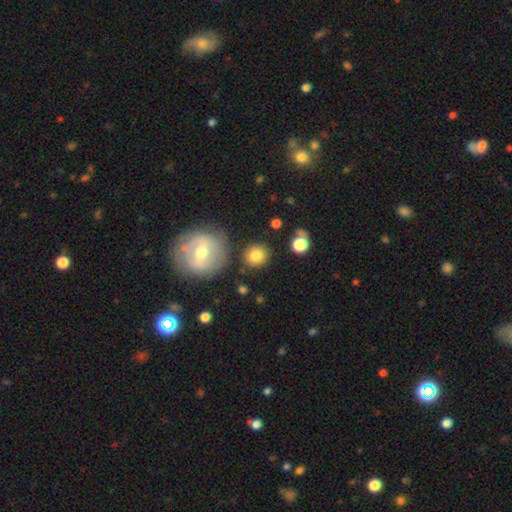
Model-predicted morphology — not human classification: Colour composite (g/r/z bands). It shows a smooth galaxy with no disk features (81%) that is round (88%). Merging: none (83%).